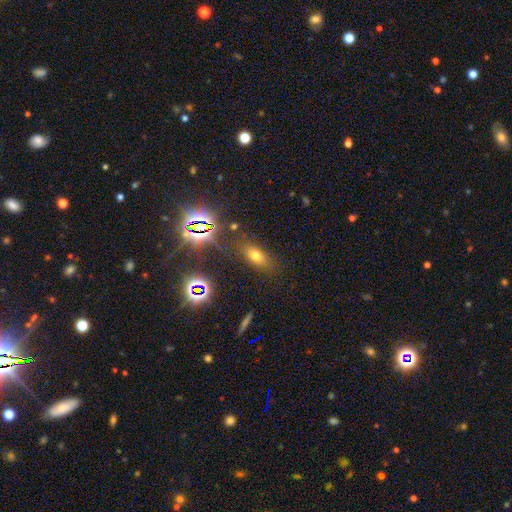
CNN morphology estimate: Smooth or featured: smooth — 60% (star or artifact — 27%)
How rounded: in between — 79% (round — 12%)
Merging: none — 80% (minor disturbance — 12%)